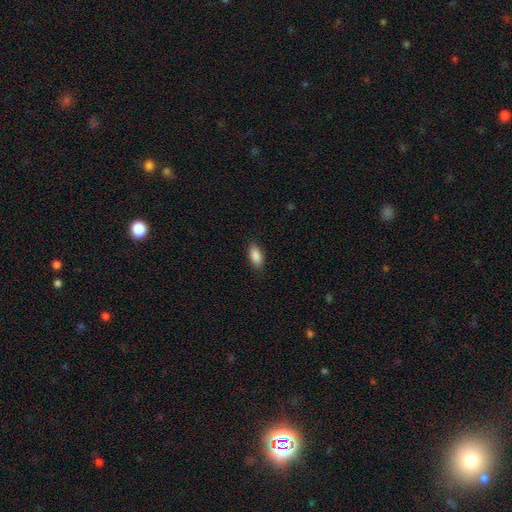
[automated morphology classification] type=smooth (89%); roundness=in between (90%); merging=none (88%).